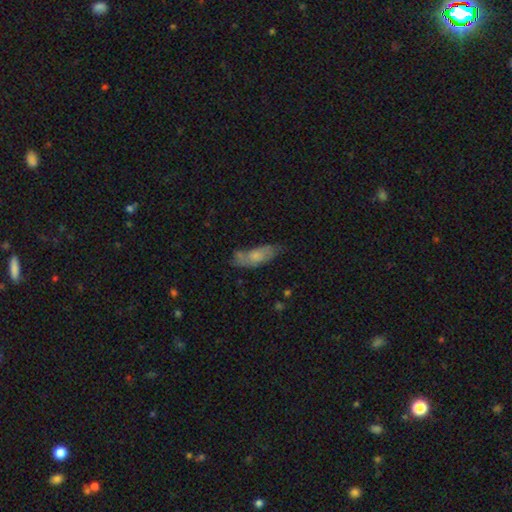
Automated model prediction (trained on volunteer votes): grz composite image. It shows a smooth galaxy with no disk features (59%) that is in between round and cigar-shaped (70%). Merging: none (51%).